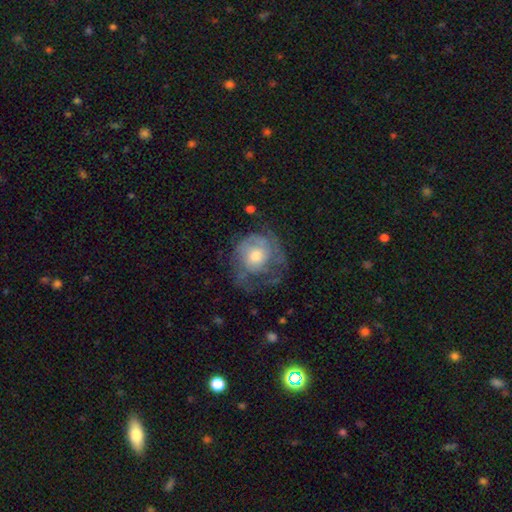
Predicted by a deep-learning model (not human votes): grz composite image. It shows a featured or disk galaxy (61%) with no bar (79%), spiral arms (72%) and a moderate central bulge (63%). Merging: none (49%).